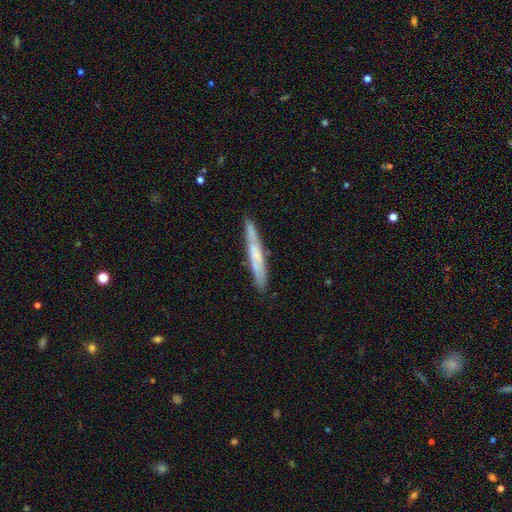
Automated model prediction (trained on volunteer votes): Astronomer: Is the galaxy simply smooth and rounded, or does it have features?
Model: smooth — 49% (runner-up: featured or disk, 45%).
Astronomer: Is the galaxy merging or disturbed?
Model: none — 83%.